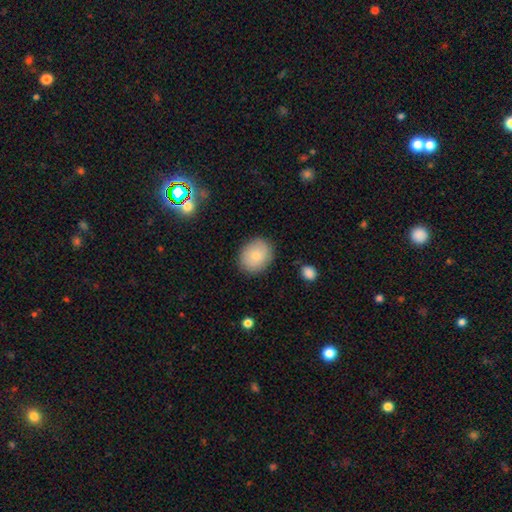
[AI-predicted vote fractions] Smooth or featured? Predicted: smooth (p=0.80). How rounded? Predicted: round (p=0.58). Merging? Predicted: none (p=0.85).